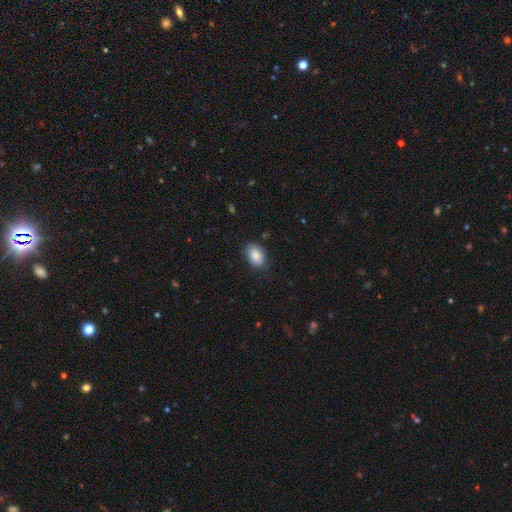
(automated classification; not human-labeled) The model was most divided on "merging": none: 82%, minor disturbance: 14%, major disturbance: 3%, merger: 1%. More confident: smooth or featured — smooth (87%); how rounded — in between (86%).